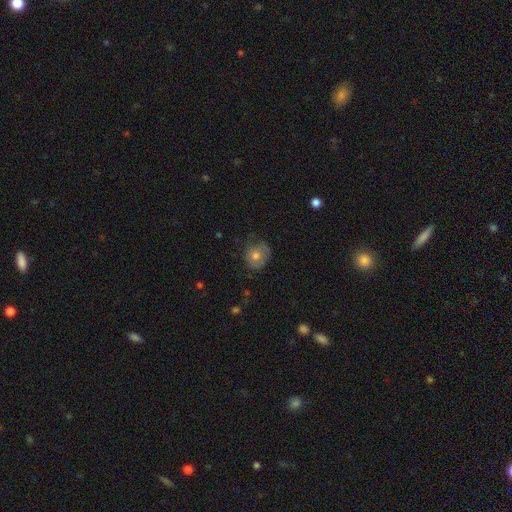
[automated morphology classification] type=smooth (66%); roundness=round (78%); merging=none (64%).